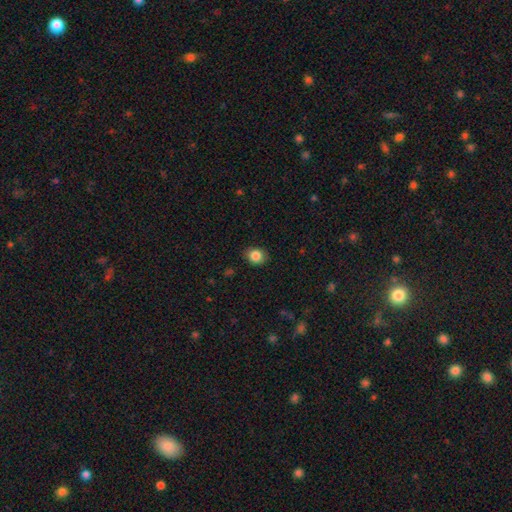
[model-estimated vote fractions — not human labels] The model was most divided on "how rounded": round: 62%, in between: 37%, cigar-shaped: 1%. More confident: merging — none (85%); smooth or featured — smooth (85%).